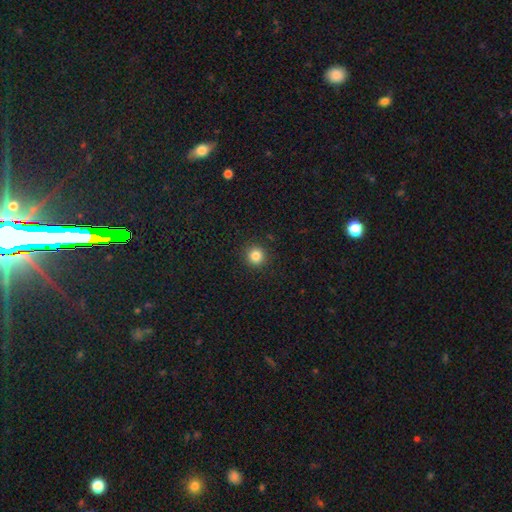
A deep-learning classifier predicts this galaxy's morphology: A smooth galaxy with no disk features (84%) that is round (94%). Merging: none (92%).